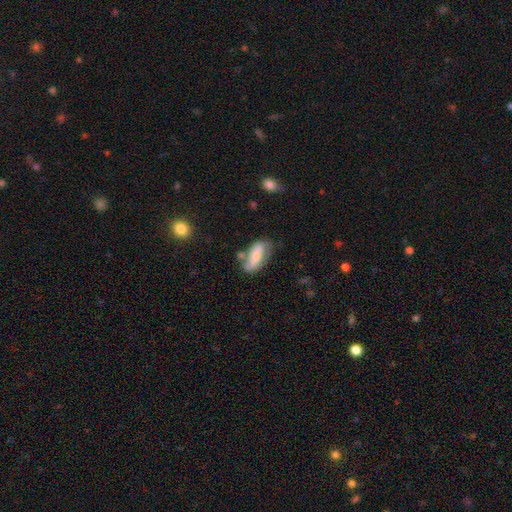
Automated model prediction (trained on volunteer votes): The model was most divided on "smooth or featured": smooth: 58%, featured or disk: 35%, star or artifact: 7%. More confident: how rounded — in between (81%); merging — none (53%).